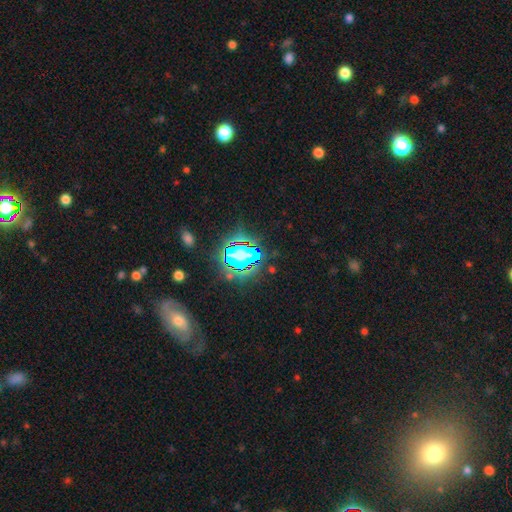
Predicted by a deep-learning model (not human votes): Smooth or featured? star or artifact (73%)